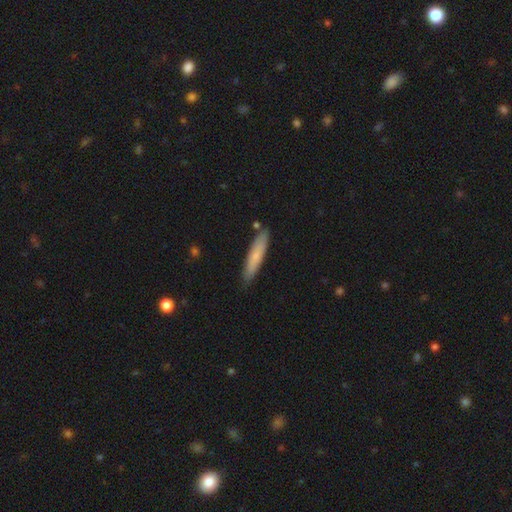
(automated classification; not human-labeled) This is likely a smooth galaxy (71%). How rounded: clearly cigar-shaped (86%). Merging: clearly none (84%).